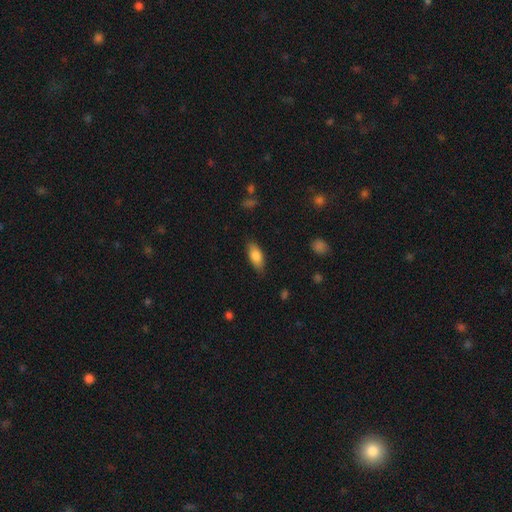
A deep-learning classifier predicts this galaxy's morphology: Smooth or featured?
  - smooth: 80% *
  - featured or disk: 14%
  - star or artifact: 7%
How rounded?
  - in between: 81% *
  - cigar-shaped: 17%
  - round: 3%
Merging?
  - none: 83% *
  - minor disturbance: 13%
  - major disturbance: 3%
  - merger: 1%